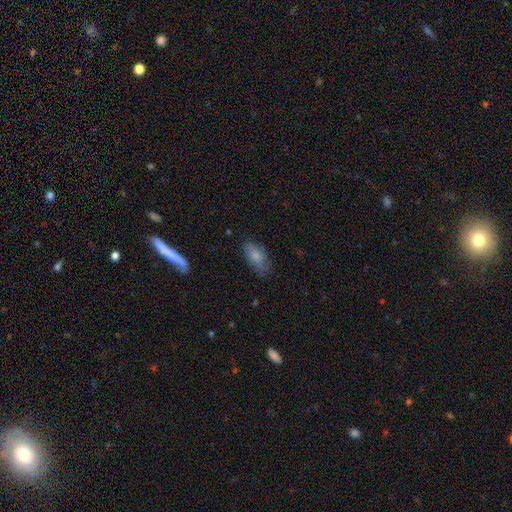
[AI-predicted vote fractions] Smooth or featured? Predicted: smooth (p=0.77). How rounded? Predicted: in between (p=0.86). Merging? Predicted: none (p=0.70).